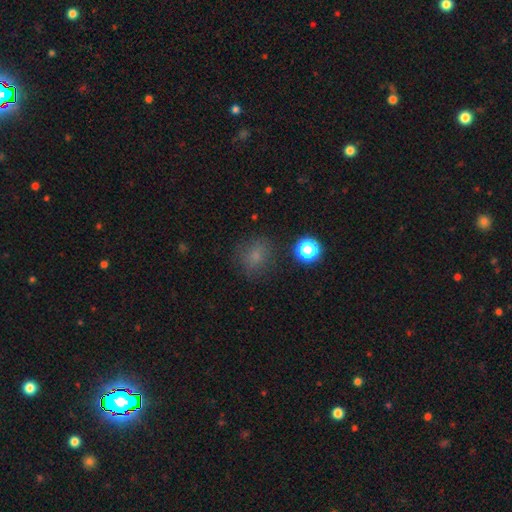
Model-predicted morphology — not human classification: smooth 72%, star or artifact 19%, featured or disk 9%. Down the decision tree: how rounded — round (71%); merging — none (74%).